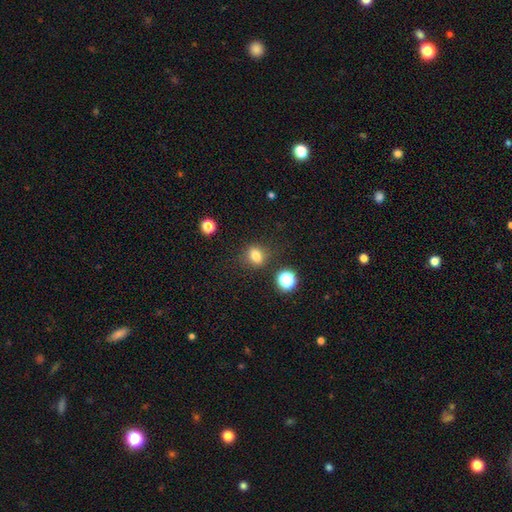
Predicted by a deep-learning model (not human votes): Q: Smooth or featured?
A: smooth (77%); runner-up: star or artifact (14%)
Q: How rounded?
A: round (51%); runner-up: in between (47%)
Q: Merging?
A: none (79%); runner-up: minor disturbance (13%)